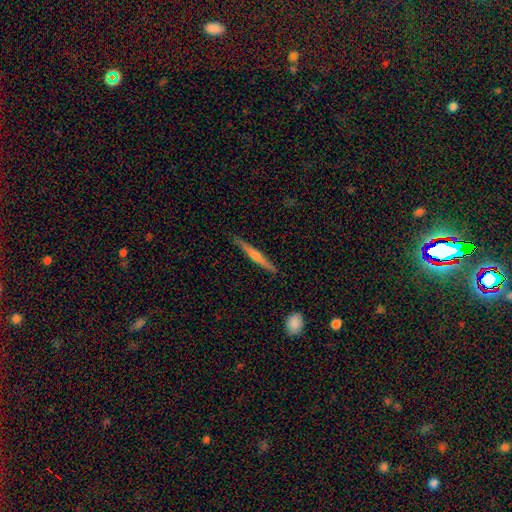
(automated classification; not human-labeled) featured or disk 58%, smooth 36%, star or artifact 6%. Down the decision tree: edge-on disk — yes (98%); edge-on bulge — rounded (69%); merging — none (89%).